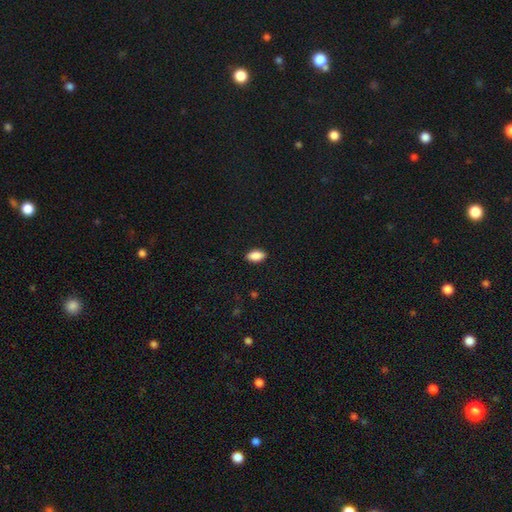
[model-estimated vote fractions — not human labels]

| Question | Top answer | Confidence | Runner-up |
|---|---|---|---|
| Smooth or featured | smooth | 88% | star or artifact (7%) |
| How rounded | in between | 92% | cigar-shaped (5%) |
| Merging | none | 89% | minor disturbance (8%) |